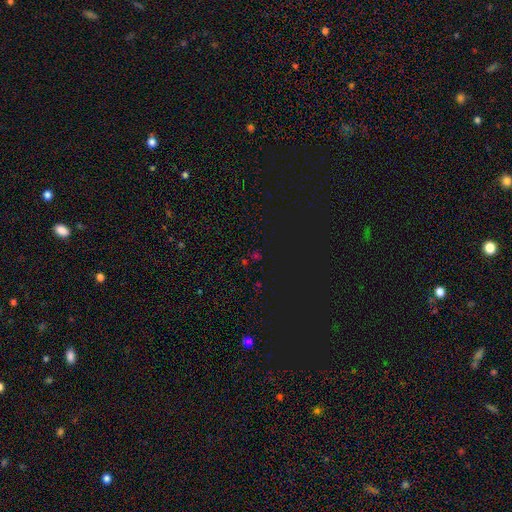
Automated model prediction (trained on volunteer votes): The model was most divided on "smooth or featured": star or artifact: 64%, smooth: 29%, featured or disk: 7%.